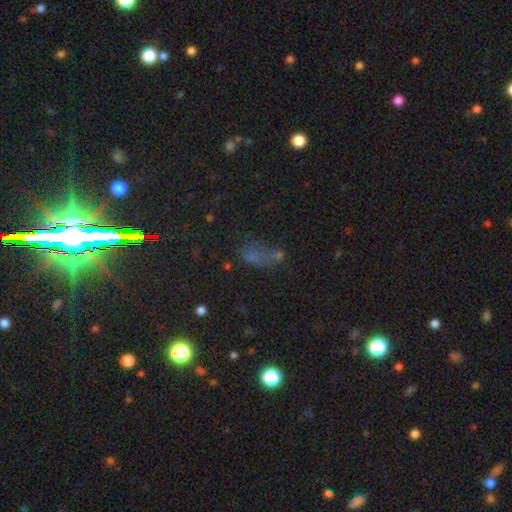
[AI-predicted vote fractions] smooth-or-featured: smooth: 44% | star or artifact: 38% | featured or disk: 18%
  merging: none: 35% | major disturbance: 25% | merger: 24% | minor disturbance: 16%